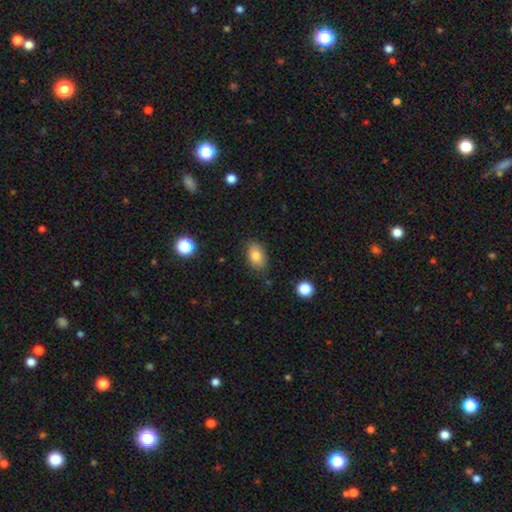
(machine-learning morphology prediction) Q: Smooth or featured?
A: smooth (81%); runner-up: featured or disk (10%)
Q: How rounded?
A: in between (87%); runner-up: round (11%)
Q: Merging?
A: none (80%); runner-up: minor disturbance (15%)